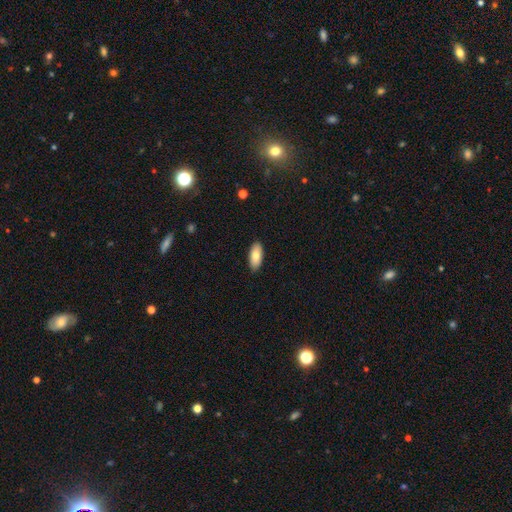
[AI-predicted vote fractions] This appears to be a smooth galaxy with no disk features (79%) that is in between round and cigar-shaped (89%). Merging: none (90%).